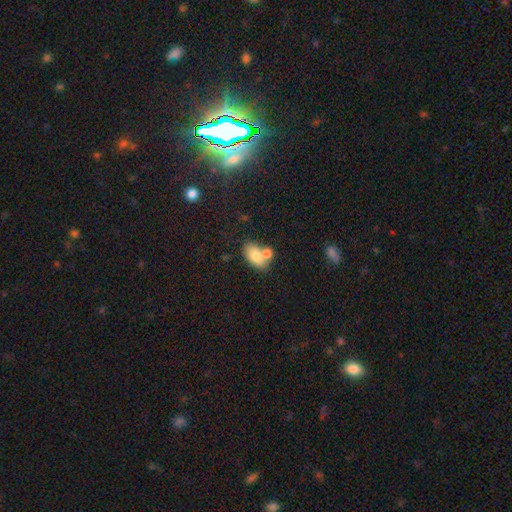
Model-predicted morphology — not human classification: Overall: smooth (79%). How rounded: in between (90%). Merging: none (44%; merger 38%).